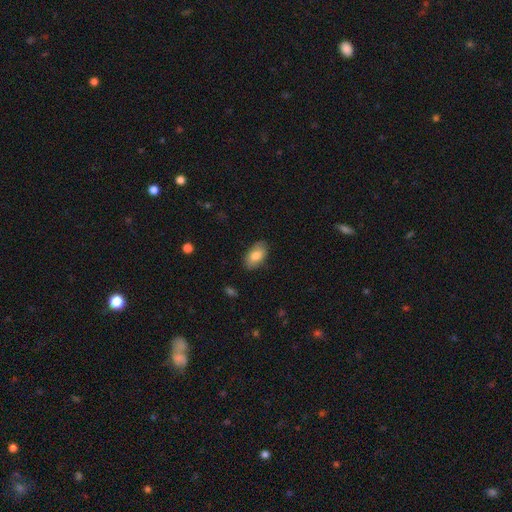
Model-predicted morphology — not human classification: smooth 80%, featured or disk 14%, star or artifact 6%. Down the decision tree: how rounded — in between (93%); merging — none (84%).